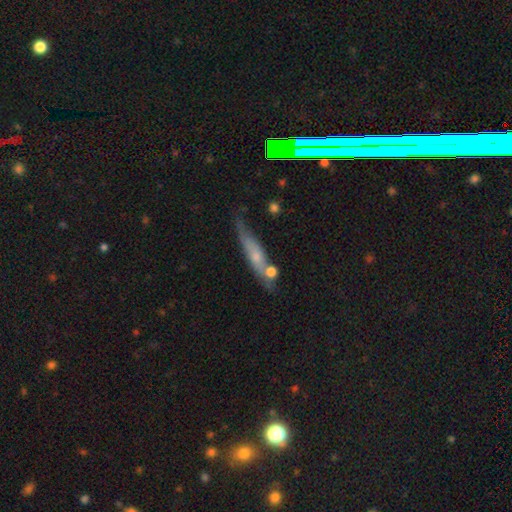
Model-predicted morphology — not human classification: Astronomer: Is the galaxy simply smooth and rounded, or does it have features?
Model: smooth — 46% (runner-up: featured or disk, 45%).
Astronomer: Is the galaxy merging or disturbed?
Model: none — 52%.